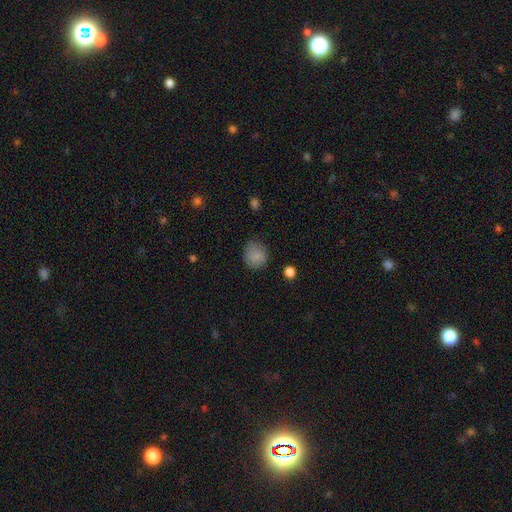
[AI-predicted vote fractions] Overall: smooth (83%). How rounded: round (81%). Merging: none (74%).